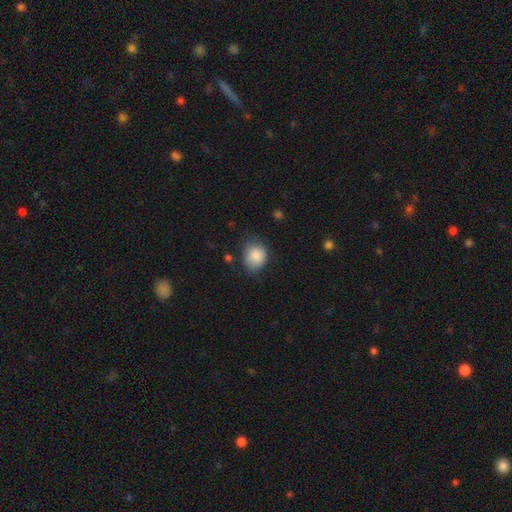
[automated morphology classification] A smooth galaxy with no disk features (86%) that is round (61%). Merging: none (60%).